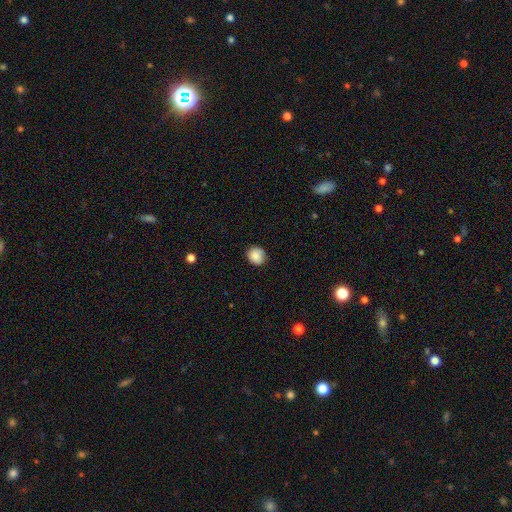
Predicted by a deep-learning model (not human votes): smooth_or_featured: smooth (p=0.84) [alt: star or artifact p=0.09]
how_rounded: round (p=0.78) [alt: in between p=0.21]
merging: none (p=0.81) [alt: minor disturbance p=0.15]